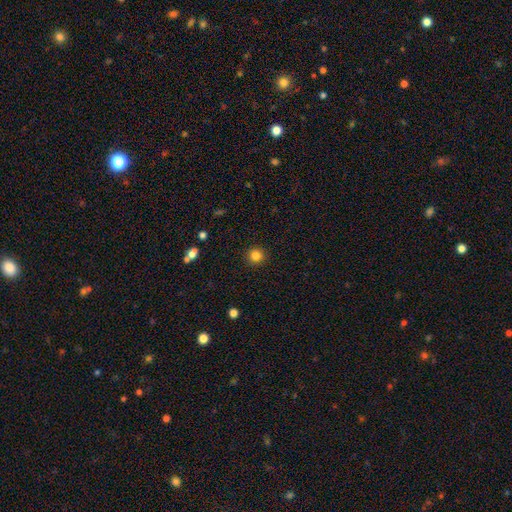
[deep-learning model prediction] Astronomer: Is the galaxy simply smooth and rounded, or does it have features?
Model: smooth — 83%.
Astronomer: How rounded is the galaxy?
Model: round — 94%.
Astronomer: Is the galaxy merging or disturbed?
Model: none — 92%.